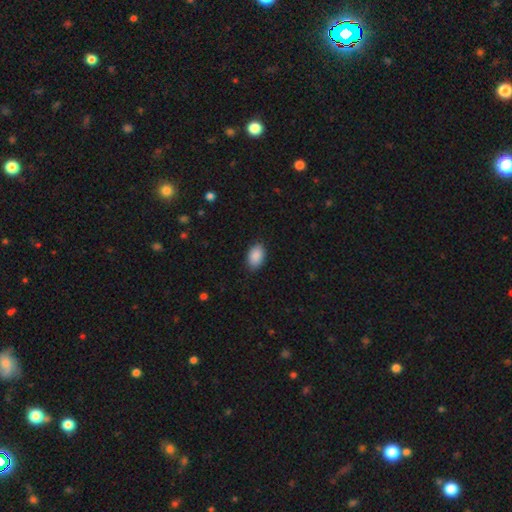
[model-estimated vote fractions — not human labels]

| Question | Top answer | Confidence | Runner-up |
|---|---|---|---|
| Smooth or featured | smooth | 90% | star or artifact (7%) |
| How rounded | in between | 90% | round (9%) |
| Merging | none | 87% | minor disturbance (10%) |